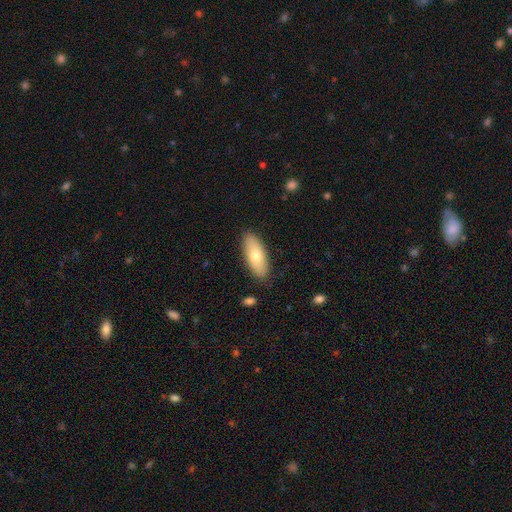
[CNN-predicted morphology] smooth 73%, featured or disk 21%, star or artifact 6%. Down the decision tree: how rounded — in between (79%); merging — none (86%).